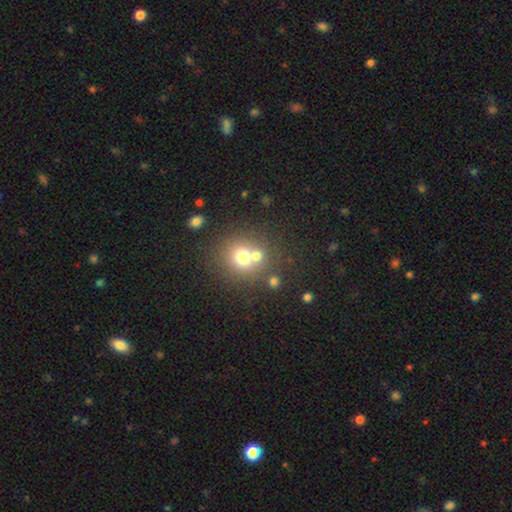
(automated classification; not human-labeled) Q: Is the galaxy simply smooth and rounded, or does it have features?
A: smooth — 69%.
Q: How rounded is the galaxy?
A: round — 84%.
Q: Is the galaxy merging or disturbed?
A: none — 48%.